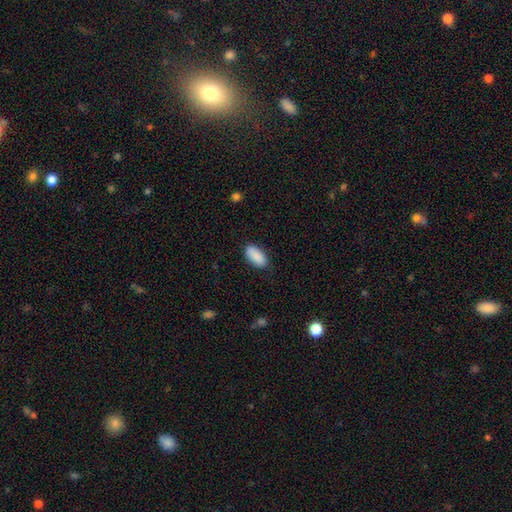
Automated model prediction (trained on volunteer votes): This is clearly a smooth galaxy (90%). How rounded: clearly in between (92%). Merging: clearly none (86%).